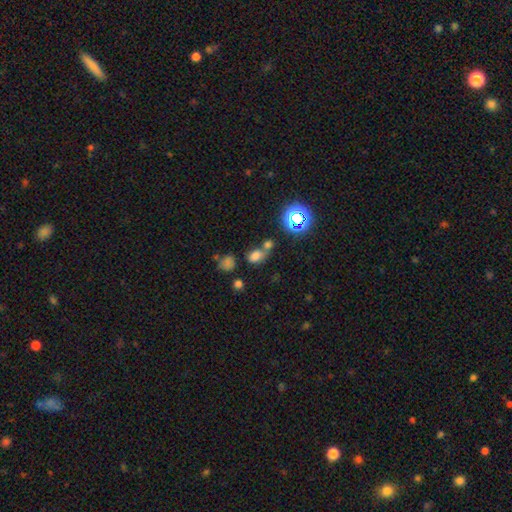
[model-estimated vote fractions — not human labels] Overall: smooth (67%). How rounded: in between (69%; round 29%). Merging: none (42%, tied with merger).